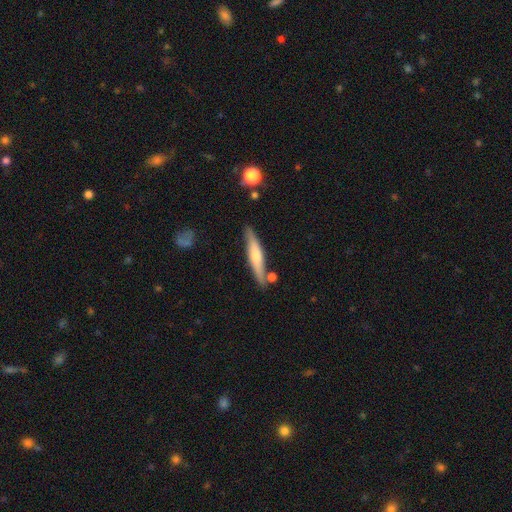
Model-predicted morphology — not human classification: Q: Smooth or featured?
A: smooth (49%); runner-up: featured or disk (45%)
Q: Merging?
A: none (80%); runner-up: minor disturbance (12%)